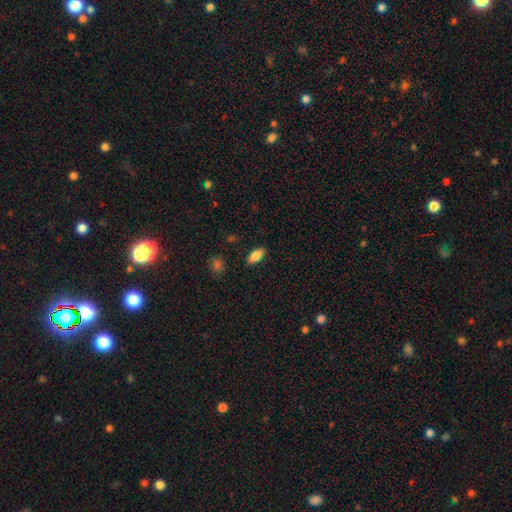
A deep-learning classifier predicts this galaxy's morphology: The model was most divided on "smooth or featured": smooth: 81%, featured or disk: 11%, star or artifact: 7%. More confident: how rounded — in between (88%); merging — none (88%).